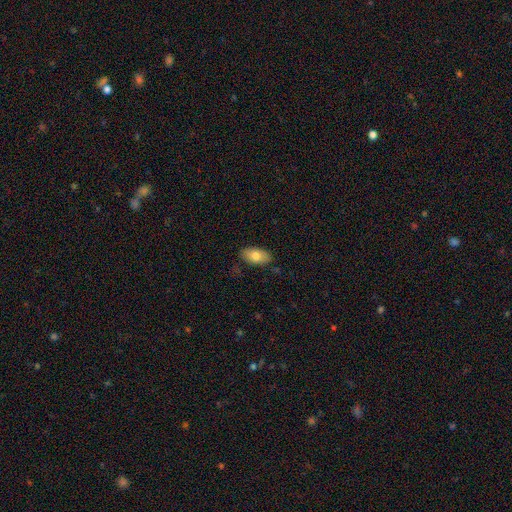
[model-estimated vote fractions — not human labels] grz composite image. It shows a smooth galaxy with no disk features (76%) that is in between round and cigar-shaped (93%). Merging: none (82%).